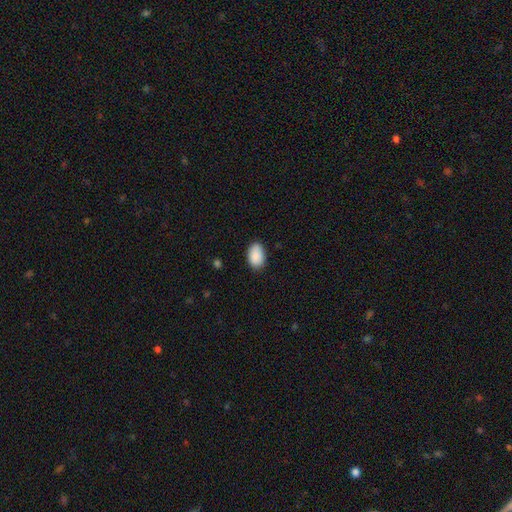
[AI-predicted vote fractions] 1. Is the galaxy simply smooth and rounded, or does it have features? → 90% smooth, 6% star or artifact, 3% featured or disk.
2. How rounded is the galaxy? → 90% in between, 8% round, 1% cigar-shaped.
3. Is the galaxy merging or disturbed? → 86% none, 11% minor disturbance, 2% major disturbance, 1% merger.